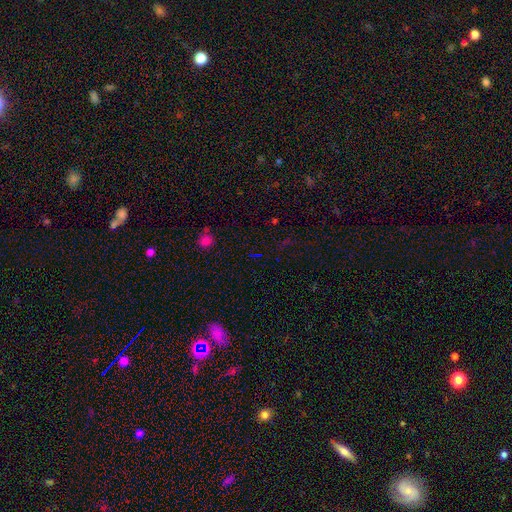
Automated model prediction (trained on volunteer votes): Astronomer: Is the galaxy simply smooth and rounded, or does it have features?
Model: star or artifact — 67%.